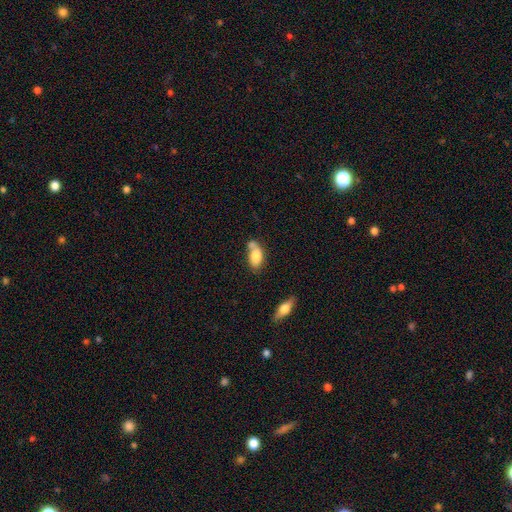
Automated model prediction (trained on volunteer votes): Smooth or featured?
  - smooth: 78% *
  - featured or disk: 15%
  - star or artifact: 8%
How rounded?
  - in between: 88% *
  - cigar-shaped: 7%
  - round: 5%
Merging?
  - none: 39% *
  - merger: 34%
  - minor disturbance: 19%
  - major disturbance: 7%